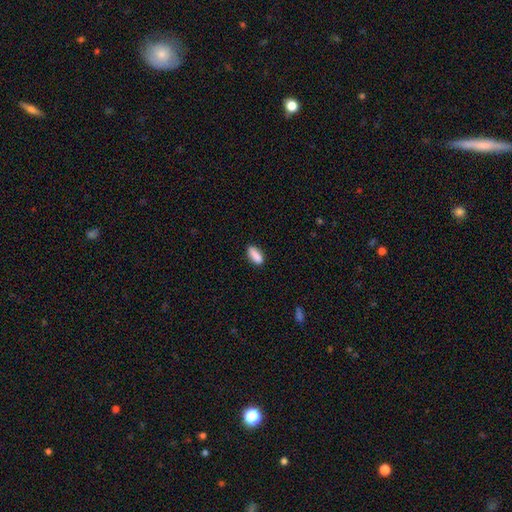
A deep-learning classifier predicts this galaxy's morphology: Smooth or featured? smooth (88%)
How rounded? in between (74%)
Merging? none (84%)